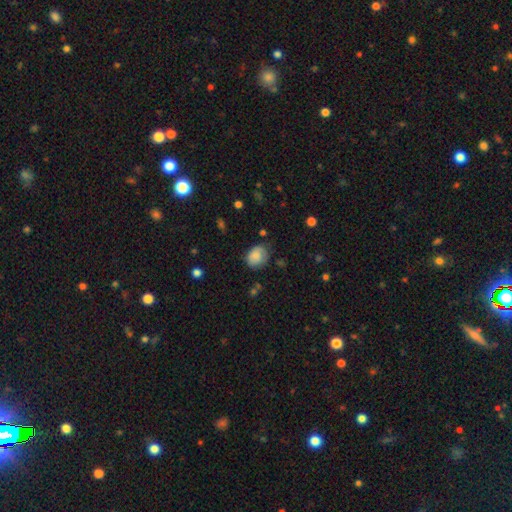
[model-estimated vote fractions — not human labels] This is likely a smooth galaxy (79%). How rounded: possibly in between (55%). Merging: likely none (62%).